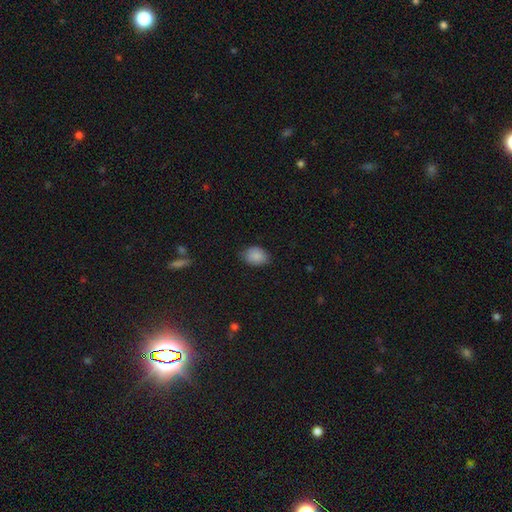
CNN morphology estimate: smooth_or_featured: smooth (p=0.87) [alt: star or artifact p=0.08]
how_rounded: in between (p=0.71) [alt: round p=0.28]
merging: none (p=0.76) [alt: minor disturbance p=0.20]